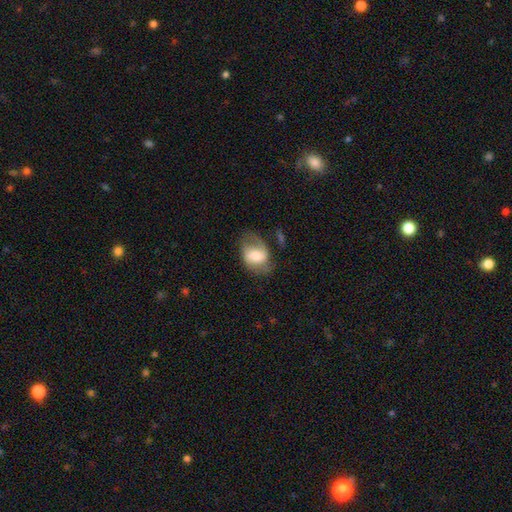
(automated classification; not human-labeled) This is possibly a smooth galaxy (60%). How rounded: likely in between (76%). Merging: possibly none (47%).